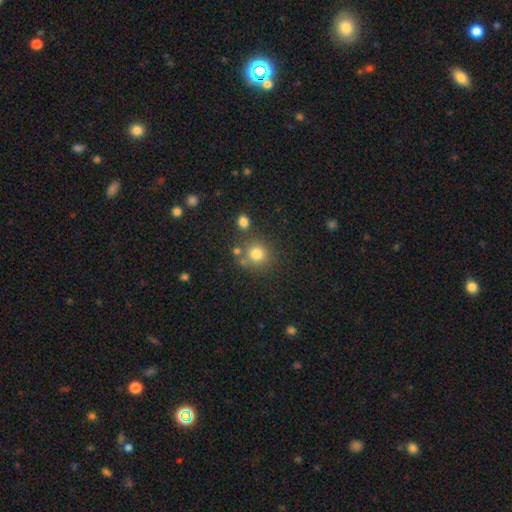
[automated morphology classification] A smooth galaxy with no disk features (78%) that is round (89%).

Vote fractions:
- Smooth or featured? smooth: 78% / star or artifact: 14% / featured or disk: 8%
- How rounded? round: 89% / in between: 10% / cigar-shaped: 1%
- Merging? none: 72% / merger: 13% / minor disturbance: 11% / major disturbance: 4%